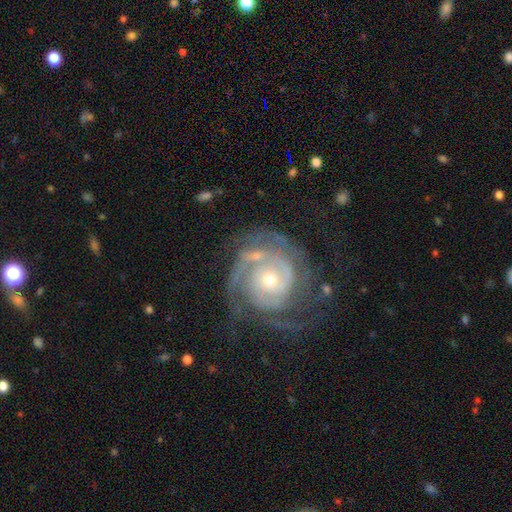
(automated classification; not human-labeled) Smooth or featured?
  - featured or disk: 85% *
  - smooth: 9%
  - star or artifact: 6%
Edge-on disk?
  - no: 98% *
  - yes: 2%
Bar?
  - no: 78% *
  - weak: 17%
  - strong: 5%
Spiral arms?
  - yes: 94% *
  - no: 6%
Spiral winding?
  - tight: 69% *
  - medium: 24%
  - loose: 7%
Spiral arm count?
  - 2: 32% *
  - can't tell: 26%
  - 3: 21%
  - 1: 8%
  - 4: 8%
  - more than 4: 6%
Bulge size?
  - small: 53% *
  - moderate: 43%
  - large: 2%
  - none: 1%
  - dominant: 1%
Merging?
  - none: 55% *
  - minor disturbance: 19%
  - major disturbance: 18%
  - merger: 9%